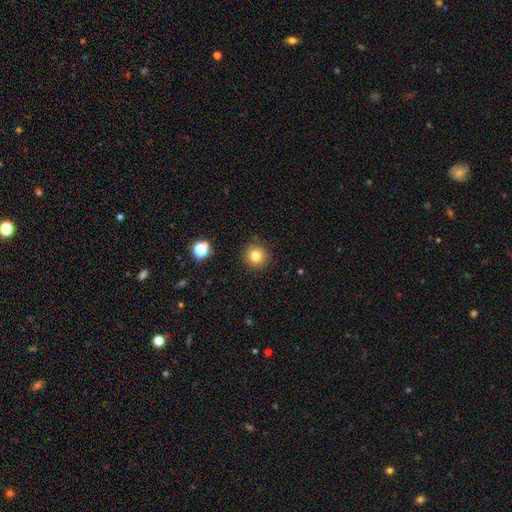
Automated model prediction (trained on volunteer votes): Morphology: type=smooth (80%); roundness=round (94%); merging=none (89%).